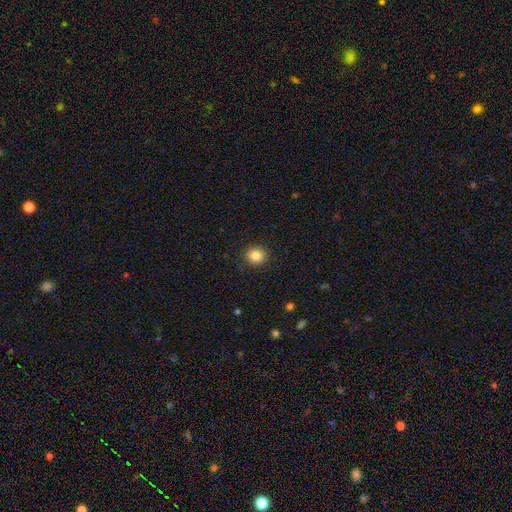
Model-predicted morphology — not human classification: type=smooth (85%); roundness=round (88%); merging=none (91%).